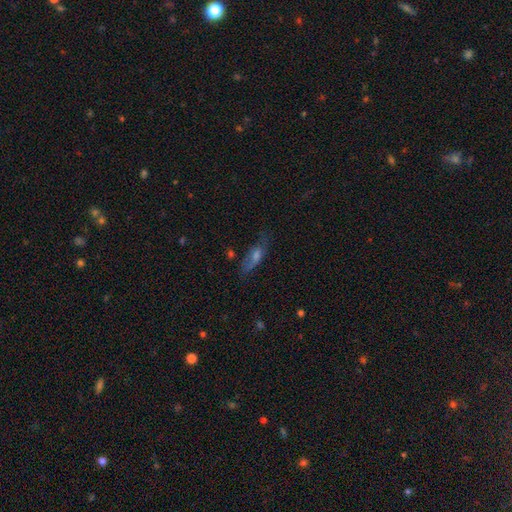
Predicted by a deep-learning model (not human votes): Smooth or featured?
  - smooth: 44% *
  - featured or disk: 39%
  - star or artifact: 17%
Merging?
  - none: 61% *
  - minor disturbance: 23%
  - major disturbance: 13%
  - merger: 4%